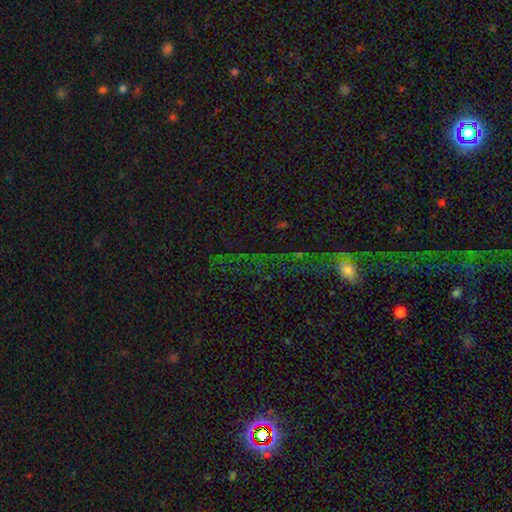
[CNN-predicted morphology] Smooth or featured?
  - star or artifact: 64% *
  - smooth: 19%
  - featured or disk: 18%